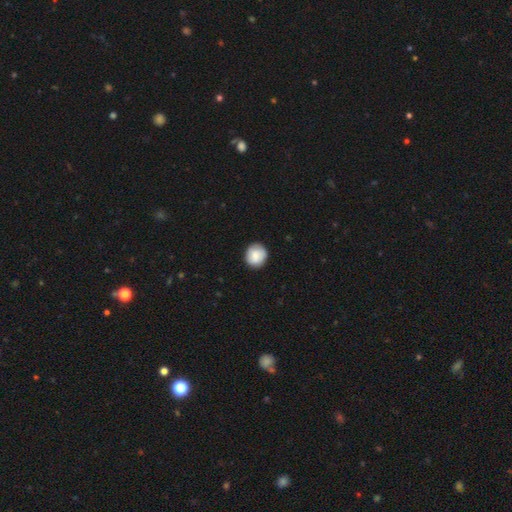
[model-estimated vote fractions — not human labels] A smooth galaxy with no disk features (83%) that is round (86%).

Vote fractions:
- Smooth or featured? smooth: 83% / featured or disk: 10% / star or artifact: 7%
- How rounded? round: 86% / in between: 13% / cigar-shaped: 1%
- Merging? none: 86% / minor disturbance: 11% / major disturbance: 2% / merger: 1%